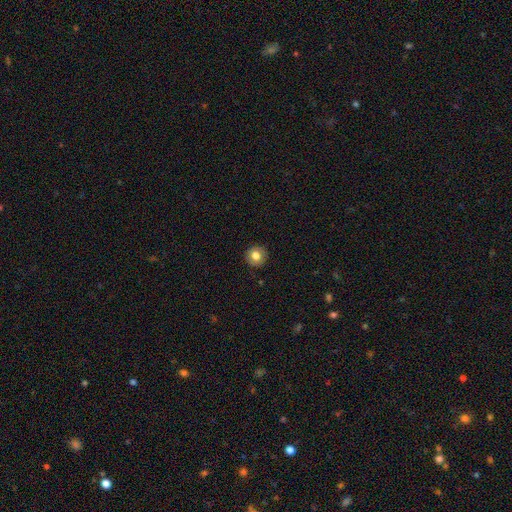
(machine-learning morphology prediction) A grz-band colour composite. It shows a smooth galaxy with no disk features (81%) that is round (94%). Merging: none (91%).